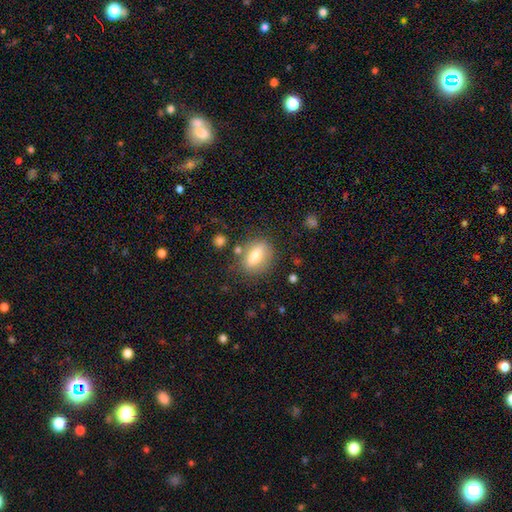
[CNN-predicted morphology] smooth_or_featured: smooth (p=0.68) [alt: featured or disk p=0.24]
how_rounded: in between (p=0.70) [alt: cigar-shaped p=0.16]
merging: none (p=0.77) [alt: minor disturbance p=0.13]